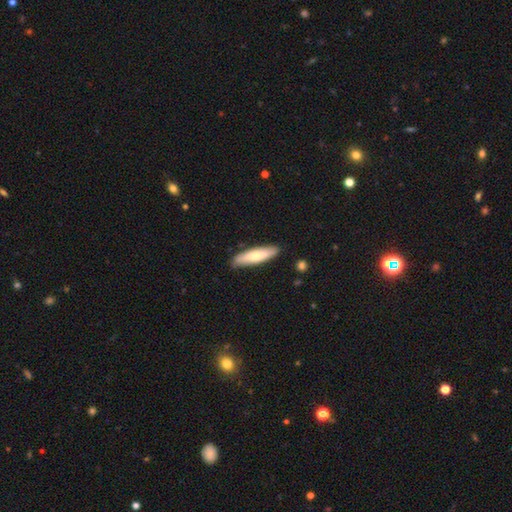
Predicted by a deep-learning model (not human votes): Overall: smooth (68%). How rounded: cigar-shaped (71%). Merging: none (87%).